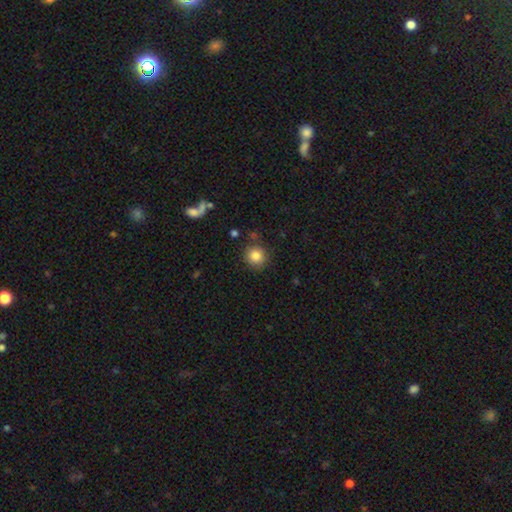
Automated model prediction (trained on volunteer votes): smooth-or-featured: smooth: 85% | star or artifact: 10% | featured or disk: 6%
  how-rounded: round: 91% | in between: 8% | cigar-shaped: 1%
  merging: none: 83% | minor disturbance: 10% | merger: 3% | major disturbance: 3%